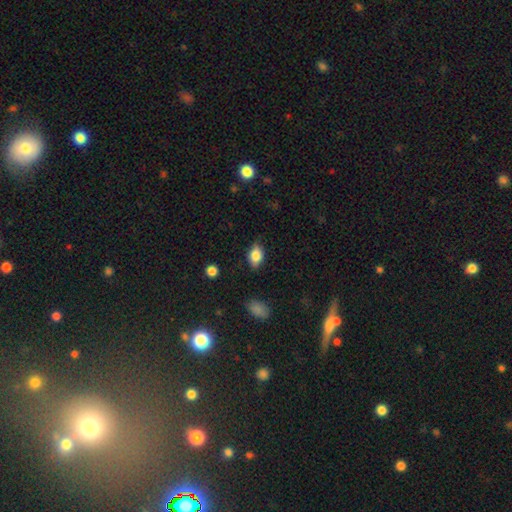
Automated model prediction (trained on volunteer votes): This appears to be a smooth galaxy with no disk features (79%) that is in between round and cigar-shaped (83%). Merging: none (77%).